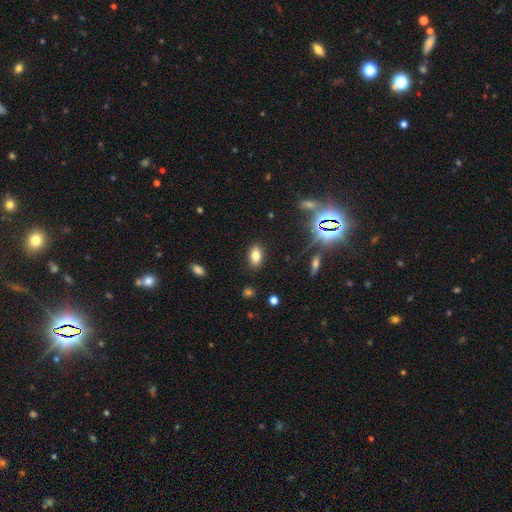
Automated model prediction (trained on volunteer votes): smooth-or-featured: smooth: 77% | star or artifact: 13% | featured or disk: 10%
  how-rounded: in between: 89% | round: 8% | cigar-shaped: 3%
  merging: none: 87% | minor disturbance: 9% | major disturbance: 3% | merger: 2%